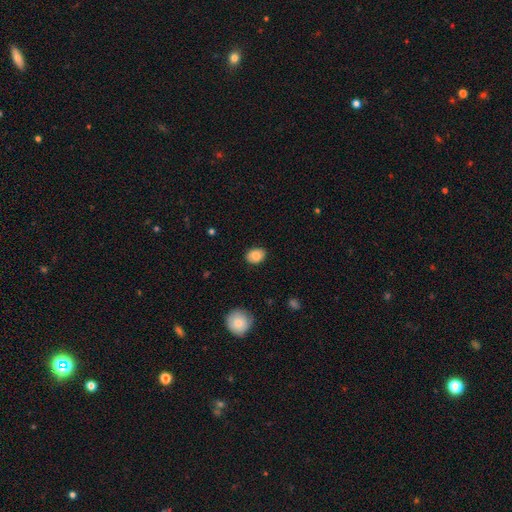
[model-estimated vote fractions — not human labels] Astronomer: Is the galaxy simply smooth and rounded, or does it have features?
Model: smooth — 81%.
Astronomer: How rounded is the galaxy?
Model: in between — 64%.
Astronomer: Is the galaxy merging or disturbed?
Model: none — 86%.